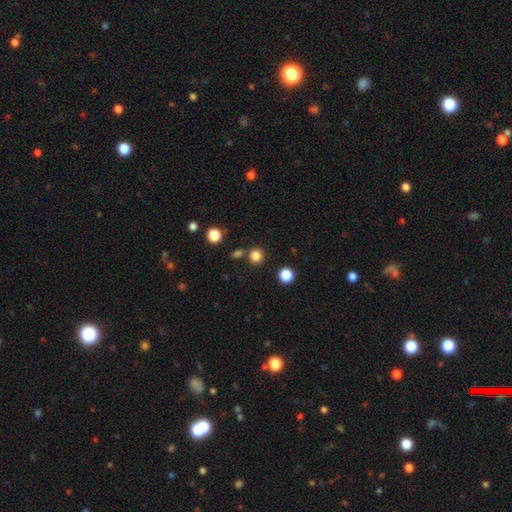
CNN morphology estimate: Smooth or featured? smooth (82%)
How rounded? round (91%)
Merging? none (77%)